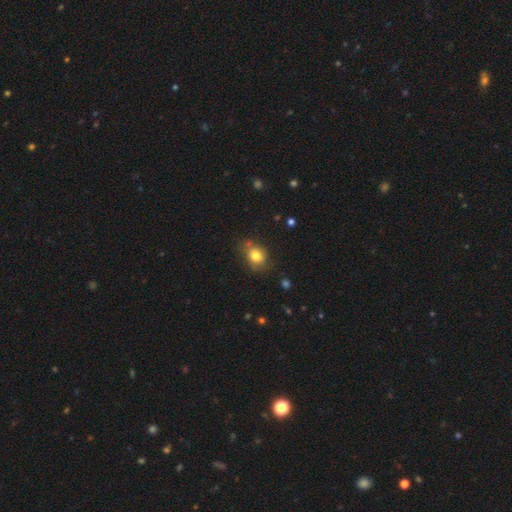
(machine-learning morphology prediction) Overall: smooth (80%). How rounded: round (57%; in between 42%). Merging: none (67%).